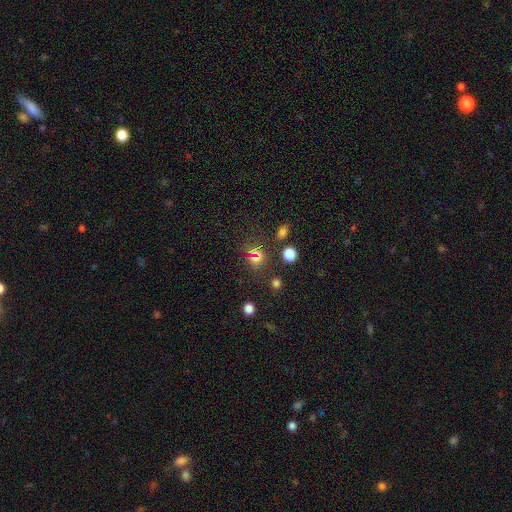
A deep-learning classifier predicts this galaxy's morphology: star or artifact 48%, smooth 42%, featured or disk 10%.